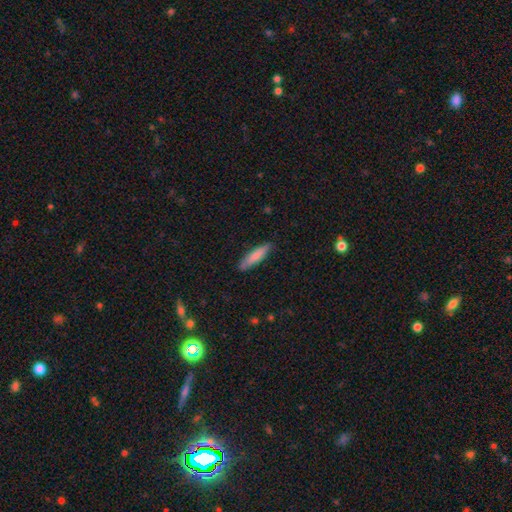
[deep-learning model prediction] The model was most divided on "how rounded": cigar-shaped: 77%, in between: 21%, round: 1%. More confident: merging — none (87%); smooth or featured — smooth (80%).